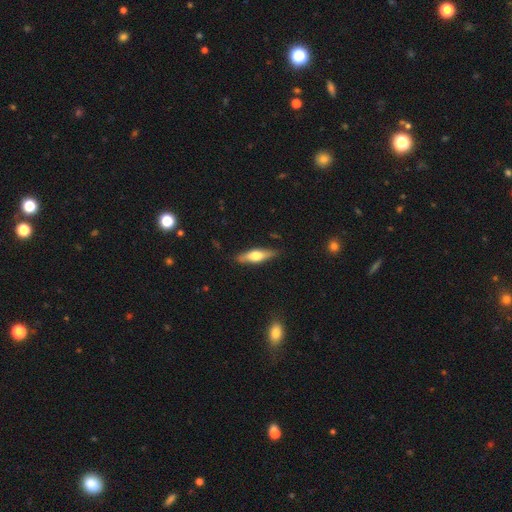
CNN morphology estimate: Smooth or featured? Predicted: featured or disk (p=0.48). Merging? Predicted: none (p=0.86).